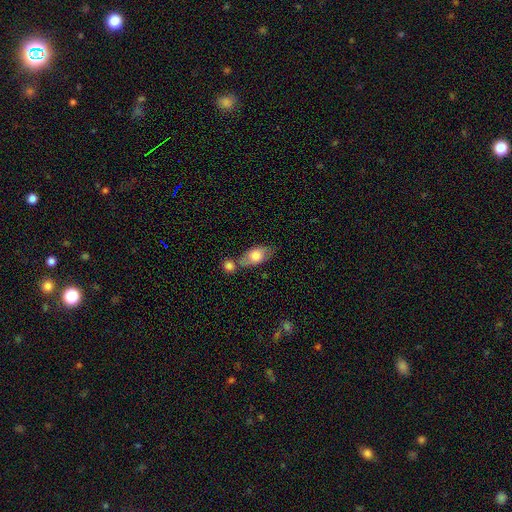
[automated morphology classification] Smooth or featured?
  - smooth: 74% *
  - featured or disk: 20%
  - star or artifact: 6%
How rounded?
  - in between: 85% *
  - cigar-shaped: 8%
  - round: 7%
Merging?
  - none: 46% *
  - merger: 32%
  - minor disturbance: 16%
  - major disturbance: 6%